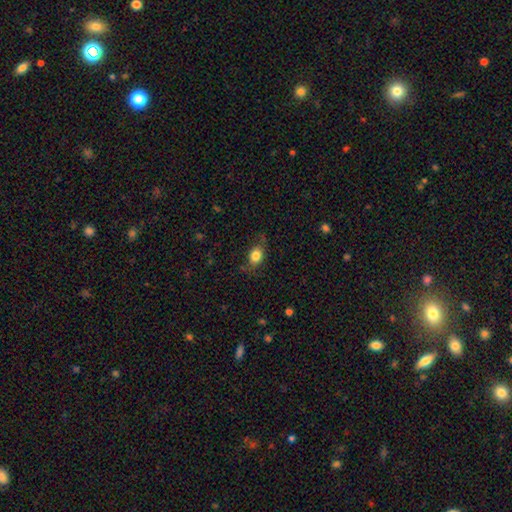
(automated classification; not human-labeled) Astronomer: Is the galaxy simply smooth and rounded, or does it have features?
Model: smooth — 82%.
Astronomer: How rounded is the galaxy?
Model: in between — 70%.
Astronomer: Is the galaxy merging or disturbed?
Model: none — 71%.